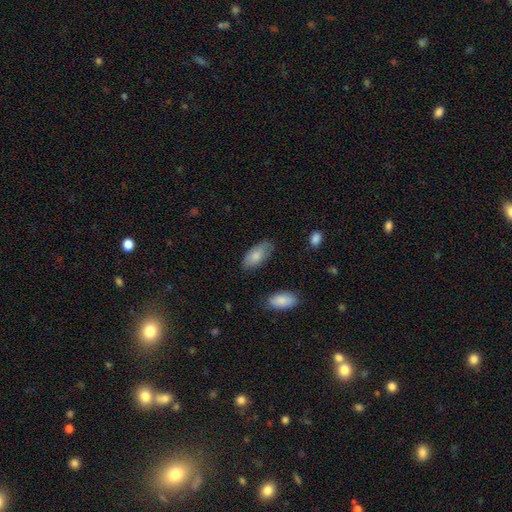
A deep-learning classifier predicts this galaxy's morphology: Q: Smooth or featured?
A: smooth (80%); runner-up: featured or disk (14%)
Q: How rounded?
A: in between (90%); runner-up: cigar-shaped (8%)
Q: Merging?
A: none (75%); runner-up: minor disturbance (19%)